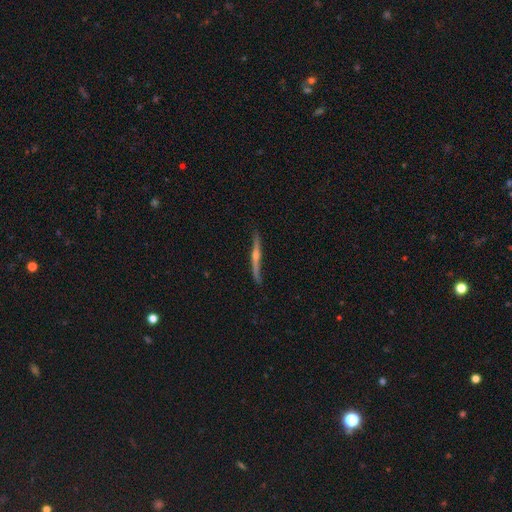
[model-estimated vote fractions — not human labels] This appears to be a featured or disk galaxy (75%) viewed edge-on (94%) with a rounded central bulge (80%). Merging: none (79%).